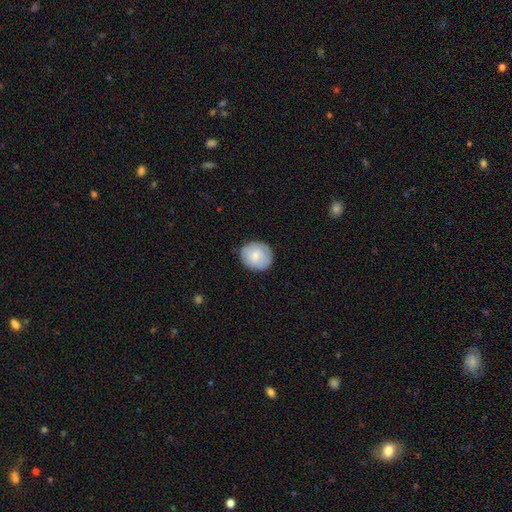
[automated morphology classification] Overall: smooth (70%). How rounded: round (79%). Merging: none (83%).